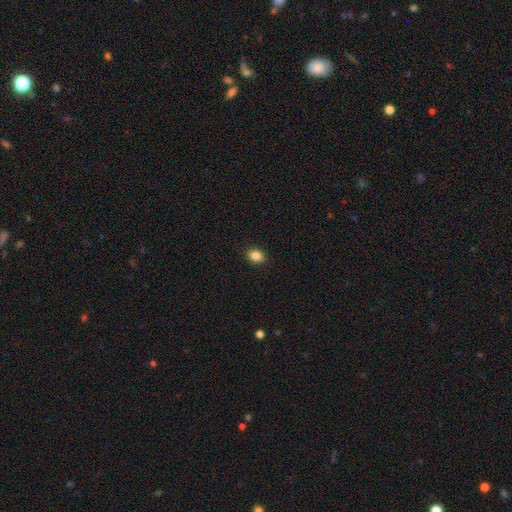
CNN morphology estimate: smooth-or-featured: smooth: 86% | star or artifact: 10% | featured or disk: 4%
  how-rounded: in between: 58% | round: 41% | cigar-shaped: 1%
  merging: none: 91% | minor disturbance: 7% | major disturbance: 2% | merger: 1%